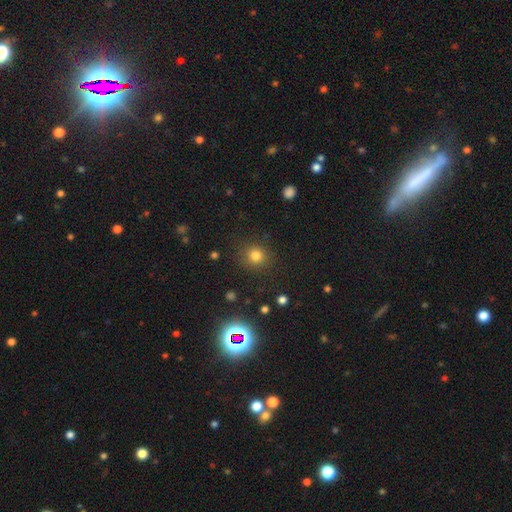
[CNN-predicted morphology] type=smooth (78%); roundness=round (89%); merging=none (87%).